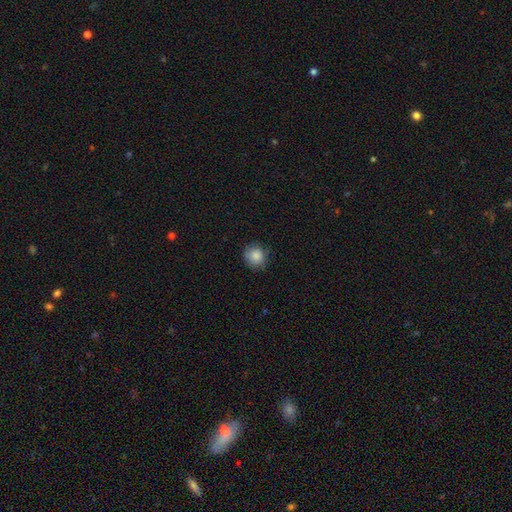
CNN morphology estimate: A smooth galaxy with no disk features (86%) that is round (88%). Merging: none (80%).